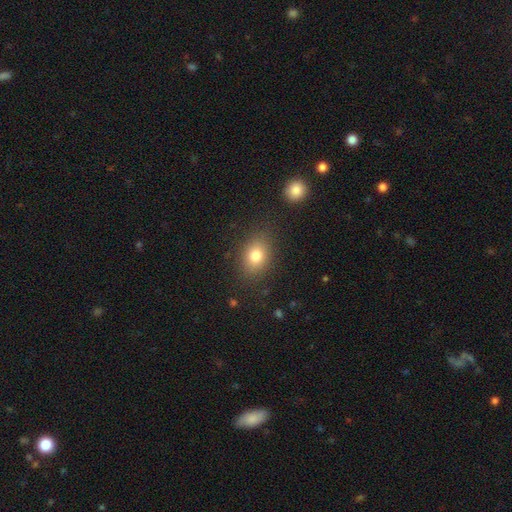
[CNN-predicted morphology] smooth-or-featured: smooth: 79% | star or artifact: 11% | featured or disk: 10%
  how-rounded: in between: 66% | round: 32% | cigar-shaped: 1%
  merging: none: 83% | minor disturbance: 11% | major disturbance: 4% | merger: 2%